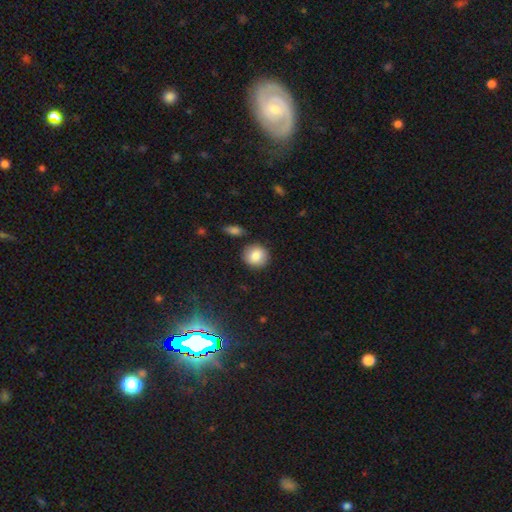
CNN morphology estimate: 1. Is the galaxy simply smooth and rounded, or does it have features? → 84% smooth, 8% star or artifact, 7% featured or disk.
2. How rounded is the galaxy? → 87% round, 12% in between, 1% cigar-shaped.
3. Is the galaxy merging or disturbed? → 85% none, 9% minor disturbance, 3% merger, 2% major disturbance.